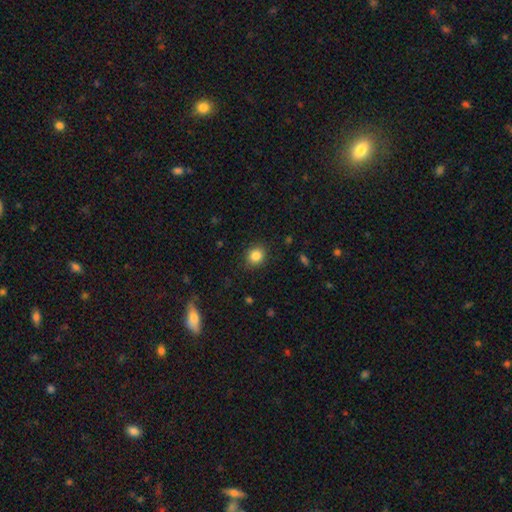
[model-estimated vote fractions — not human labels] A smooth galaxy with no disk features (85%) that is round (72%). Merging: none (88%).